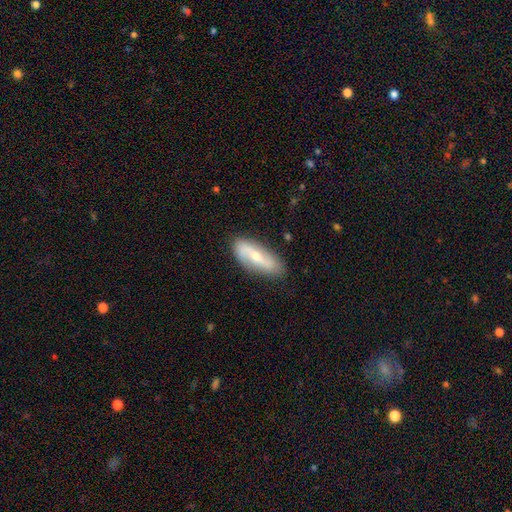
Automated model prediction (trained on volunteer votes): smooth_or_featured: featured or disk (p=0.61) [alt: smooth p=0.34]
disk_edge_on: no (p=0.83) [alt: yes p=0.17]
bar: no (p=0.41) [alt: weak p=0.34]
has_spiral_arms: yes (p=0.76) [alt: no p=0.24]
bulge_size: moderate (p=0.52) [alt: small p=0.44]
merging: none (p=0.83) [alt: minor disturbance p=0.13]